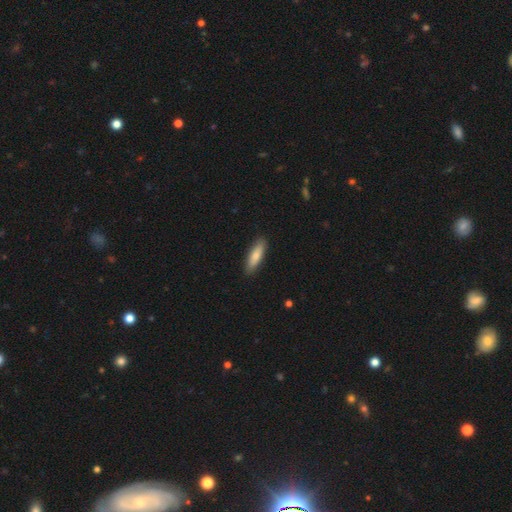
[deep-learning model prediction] A smooth galaxy with no disk features (81%) that is cigar-shaped (60%). Merging: none (89%).